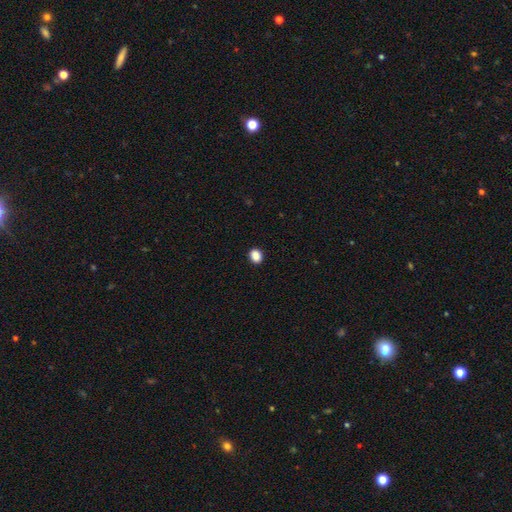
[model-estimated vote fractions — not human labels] The model was most divided on "how rounded": in between: 52%, round: 47%, cigar-shaped: 1%. More confident: merging — none (90%); smooth or featured — smooth (88%).